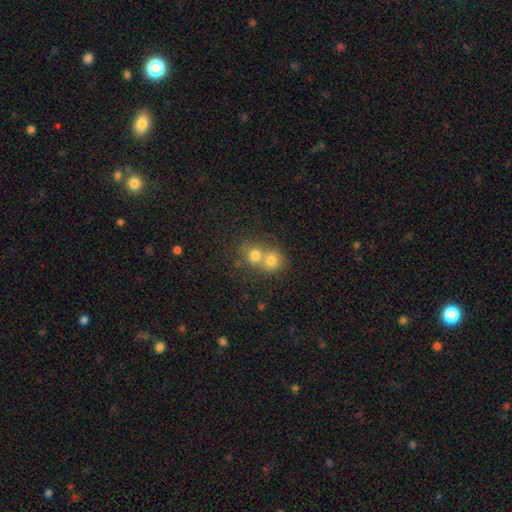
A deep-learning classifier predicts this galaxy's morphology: smooth_or_featured: smooth (p=0.74) [alt: featured or disk p=0.14]
how_rounded: round (p=0.79) [alt: in between p=0.20]
merging: merger (p=0.65) [alt: none p=0.28]